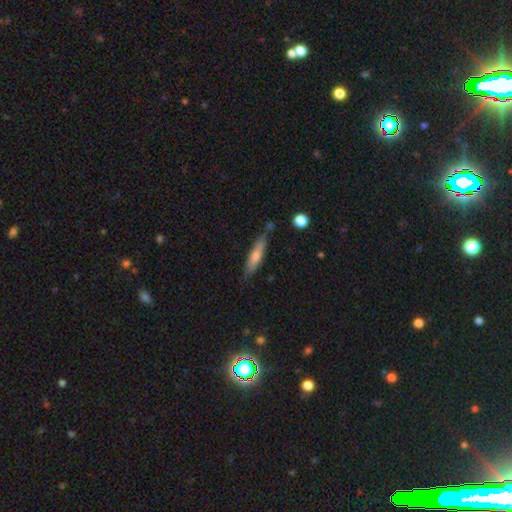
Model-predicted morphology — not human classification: Smooth or featured: smooth — 68% (featured or disk — 26%)
How rounded: cigar-shaped — 78% (in between — 21%)
Merging: none — 70% (minor disturbance — 21%)